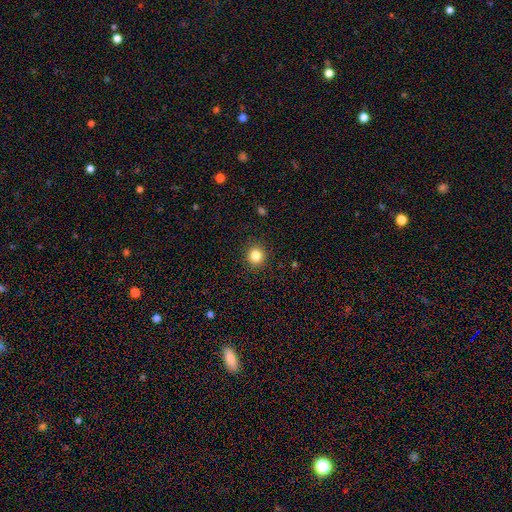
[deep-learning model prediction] Smooth or featured? Predicted: smooth (p=0.83). How rounded? Predicted: round (p=0.92). Merging? Predicted: none (p=0.91).